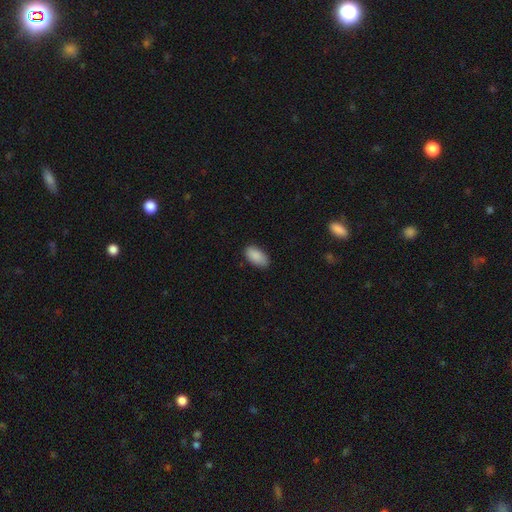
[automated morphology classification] A smooth galaxy with no disk features (90%) that is in between round and cigar-shaped (94%).

Vote fractions:
- Smooth or featured? smooth: 90% / star or artifact: 7% / featured or disk: 4%
- How rounded? in between: 94% / round: 3% / cigar-shaped: 3%
- Merging? none: 83% / minor disturbance: 14% / major disturbance: 2% / merger: 1%